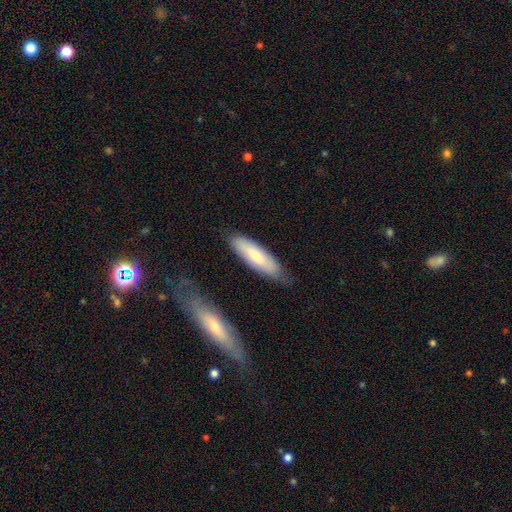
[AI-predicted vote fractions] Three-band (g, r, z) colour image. It shows a smooth galaxy with no disk features (65%) that is cigar-shaped (54%). Merging: none (75%).